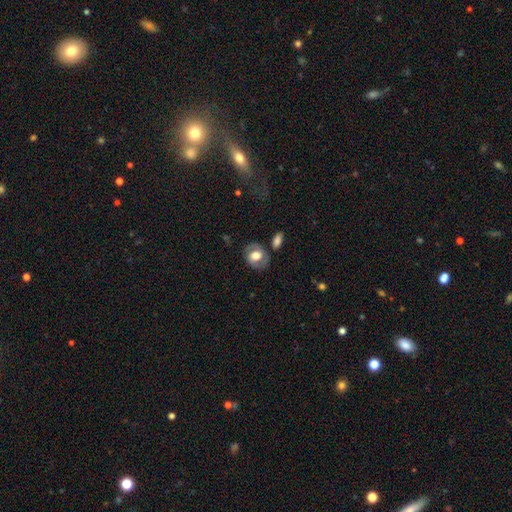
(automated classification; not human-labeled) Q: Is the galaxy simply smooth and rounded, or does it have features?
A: smooth — 48%.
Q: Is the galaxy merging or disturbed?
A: none — 74%.